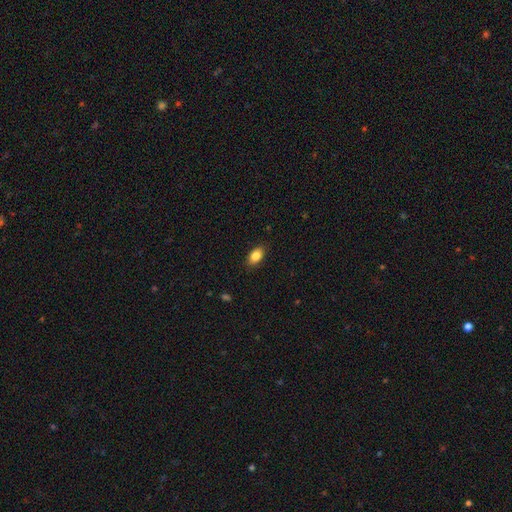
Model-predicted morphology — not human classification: Q: Smooth or featured?
A: smooth (85%); runner-up: star or artifact (8%)
Q: How rounded?
A: in between (89%); runner-up: round (9%)
Q: Merging?
A: none (86%); runner-up: minor disturbance (10%)